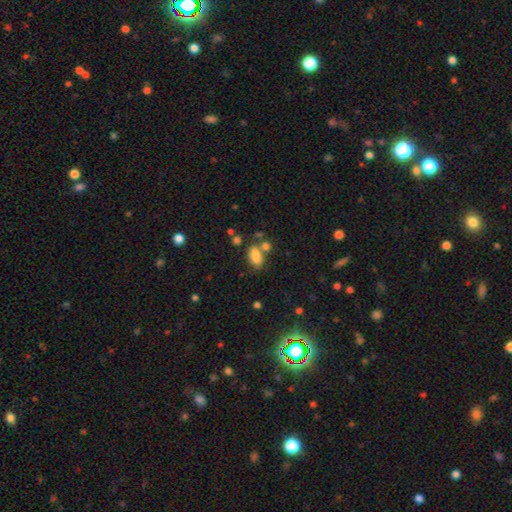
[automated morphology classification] A smooth galaxy with no disk features (82%) that is in between round and cigar-shaped (90%).

Vote fractions:
- Smooth or featured? smooth: 82% / star or artifact: 11% / featured or disk: 8%
- How rounded? in between: 90% / round: 7% / cigar-shaped: 3%
- Merging? none: 56% / merger: 22% / minor disturbance: 15% / major disturbance: 6%